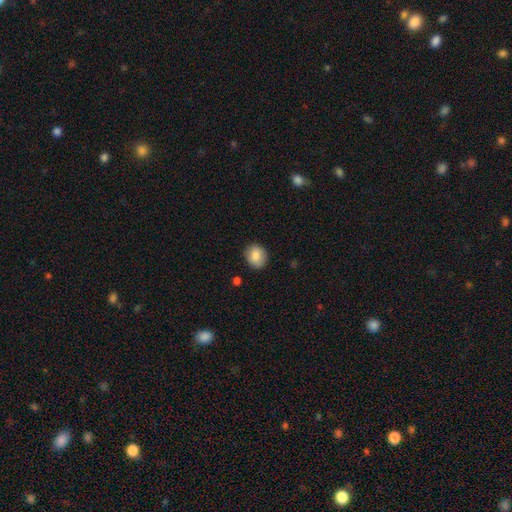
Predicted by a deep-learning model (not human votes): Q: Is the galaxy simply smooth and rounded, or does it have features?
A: smooth — 86%.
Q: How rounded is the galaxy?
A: round — 63%.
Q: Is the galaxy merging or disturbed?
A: none — 87%.